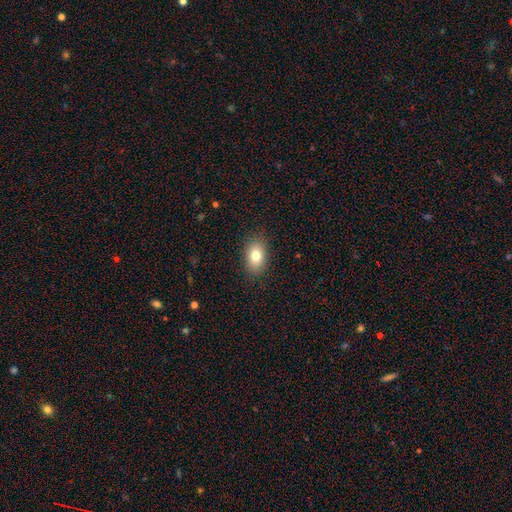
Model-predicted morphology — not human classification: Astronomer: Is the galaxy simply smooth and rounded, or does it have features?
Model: smooth — 79%.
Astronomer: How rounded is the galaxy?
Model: in between — 85%.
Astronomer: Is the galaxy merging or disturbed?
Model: none — 87%.